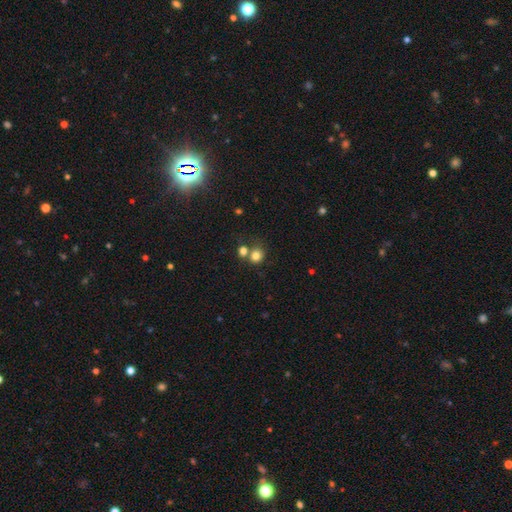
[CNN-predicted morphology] smooth_or_featured: smooth (p=0.79) [alt: star or artifact p=0.13]
how_rounded: round (p=0.80) [alt: in between p=0.20]
merging: none (p=0.55) [alt: merger p=0.31]